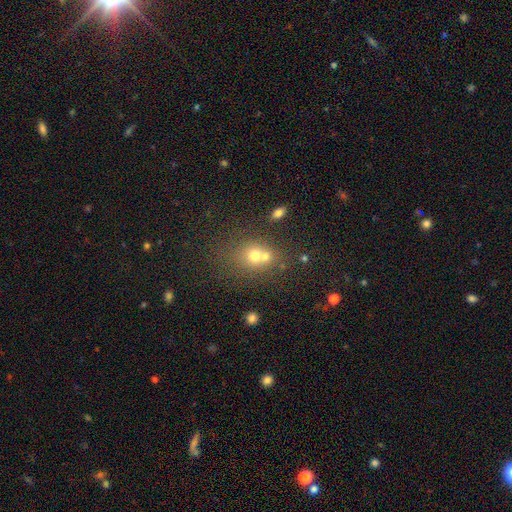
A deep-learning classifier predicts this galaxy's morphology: This appears to be a smooth galaxy with no disk features (65%) that is round (68%). Merging: merger (47%).